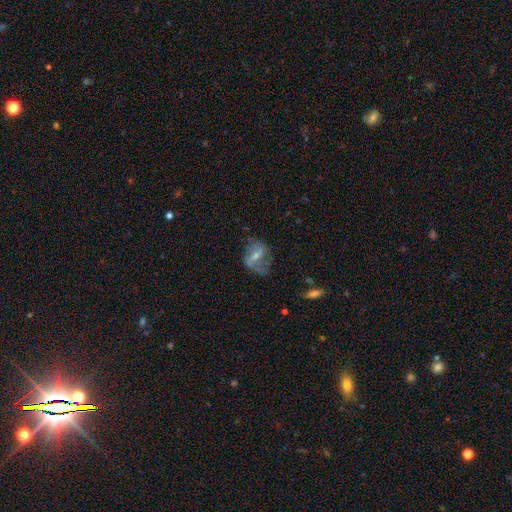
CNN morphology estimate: The model was most divided on "bar": weak: 43%, strong: 34%, no: 23%. More confident: edge-on disk — no (94%); spiral arms — yes (75%); smooth or featured — featured or disk (67%); merging — none (56%); bulge size — small (51%).